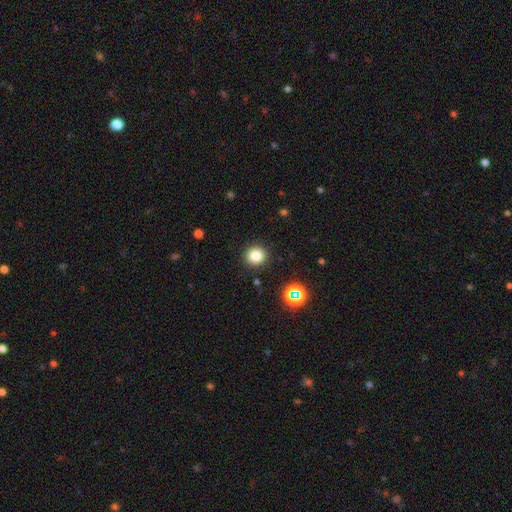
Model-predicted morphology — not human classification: The model was most divided on "smooth or featured": smooth: 80%, star or artifact: 14%, featured or disk: 6%. More confident: merging — none (91%); how rounded — round (90%).